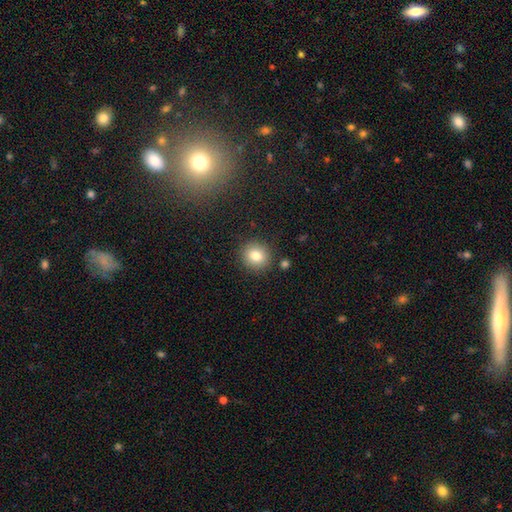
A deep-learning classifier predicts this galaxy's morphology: This is clearly a smooth galaxy (81%). How rounded: clearly round (87%). Merging: clearly none (87%).